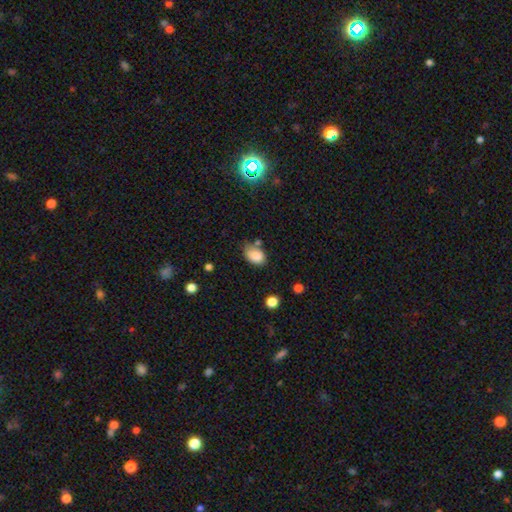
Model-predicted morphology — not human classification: smooth-or-featured: smooth: 85% | star or artifact: 9% | featured or disk: 6%
  how-rounded: in between: 83% | round: 16% | cigar-shaped: 1%
  merging: none: 56% | minor disturbance: 29% | merger: 9% | major disturbance: 7%